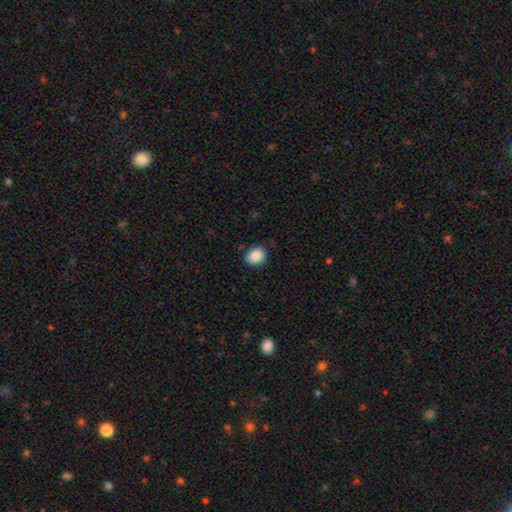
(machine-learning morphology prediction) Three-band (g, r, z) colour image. It shows a smooth galaxy with no disk features (87%) that is round (58%). Merging: none (86%).